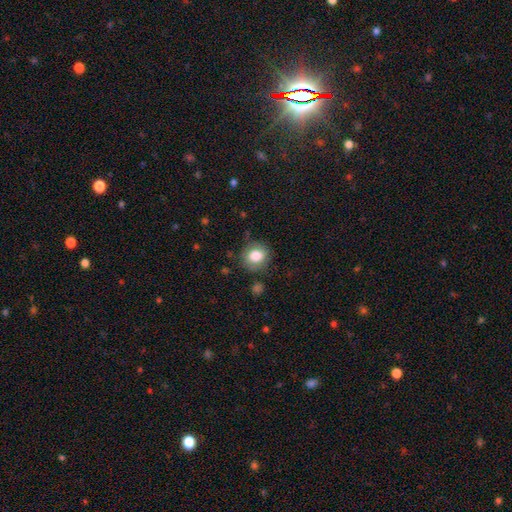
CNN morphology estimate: A smooth galaxy with no disk features (80%) that is round (76%).

Vote fractions:
- Smooth or featured? smooth: 80% / featured or disk: 11% / star or artifact: 9%
- How rounded? round: 76% / in between: 23% / cigar-shaped: 1%
- Merging? none: 78% / minor disturbance: 15% / major disturbance: 5% / merger: 2%